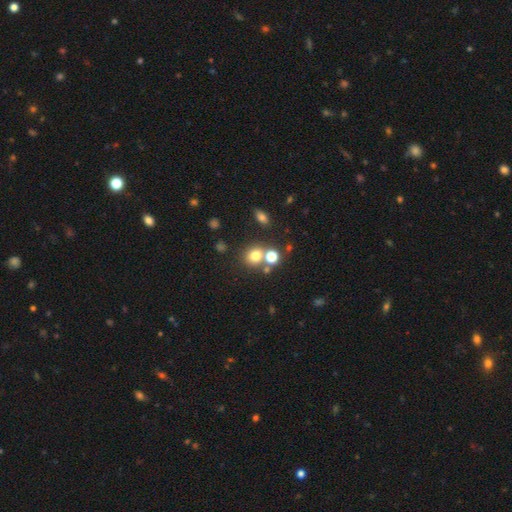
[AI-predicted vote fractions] This appears to be a smooth galaxy with no disk features (73%) that is round (81%). Merging: none (61%).